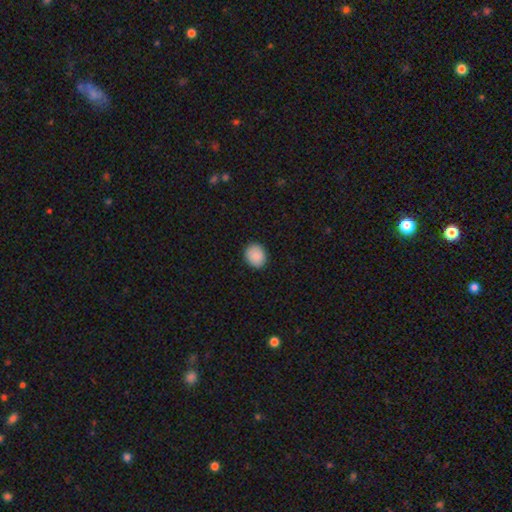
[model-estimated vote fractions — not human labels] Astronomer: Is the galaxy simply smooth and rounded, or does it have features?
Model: smooth — 88%.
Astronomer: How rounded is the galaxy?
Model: round — 68%.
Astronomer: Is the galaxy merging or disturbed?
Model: none — 89%.